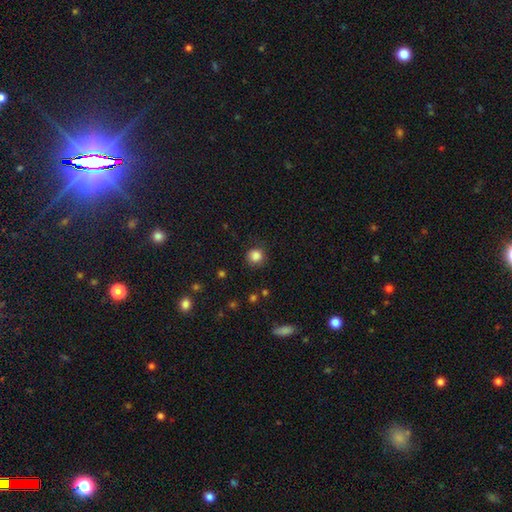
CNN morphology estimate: Smooth or featured? smooth (85%)
How rounded? round (90%)
Merging? none (84%)